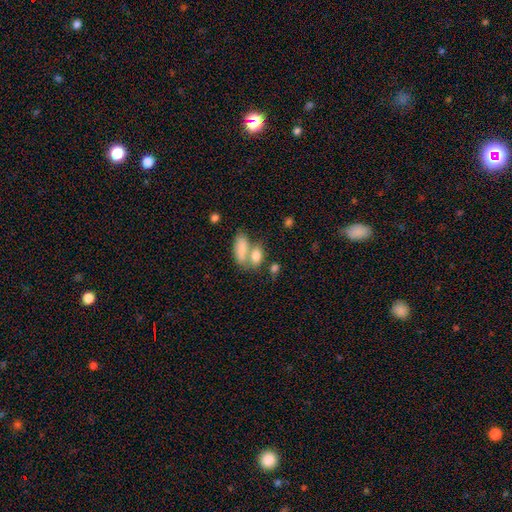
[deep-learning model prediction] Morphology: type=smooth (82%); roundness=in between (81%); merging=merger (51%).